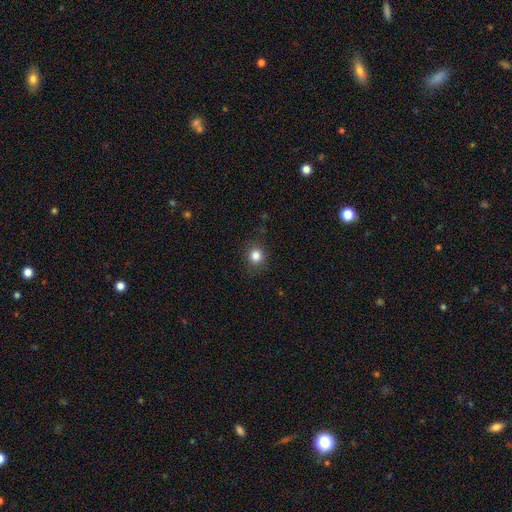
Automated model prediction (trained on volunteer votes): Smooth or featured? smooth (84%)
How rounded? round (85%)
Merging? none (87%)